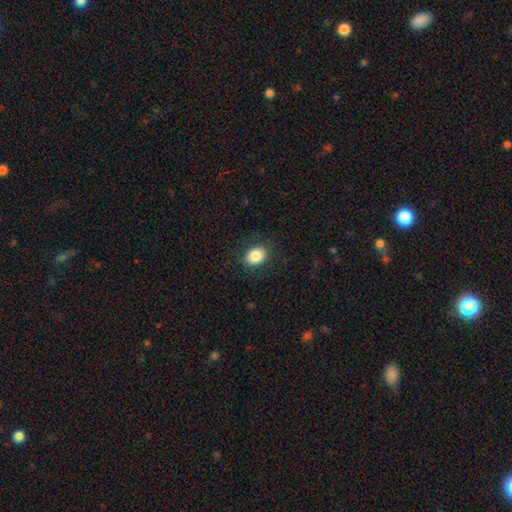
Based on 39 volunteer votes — smooth-or-featured: smooth: 87% | featured or disk: 10% | star or artifact: 3%
  how-rounded: in between: 53% | round: 47% | cigar-shaped: 0%
  merging: none: 89% | minor disturbance: 5% | major disturbance: 5% | merger: 0%